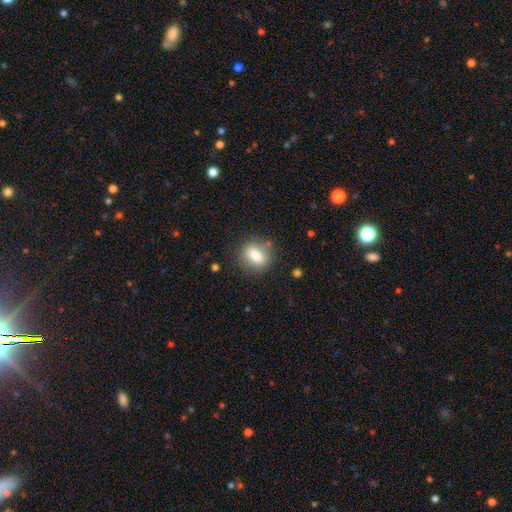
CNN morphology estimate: type=smooth (79%); roundness=in between (55%); merging=none (82%).